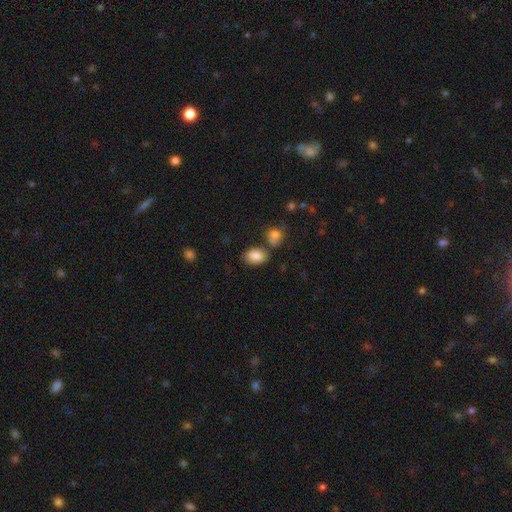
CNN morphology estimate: Smooth or featured? Predicted: smooth (p=0.85). How rounded? Predicted: in between (p=0.87). Merging? Predicted: none (p=0.70).